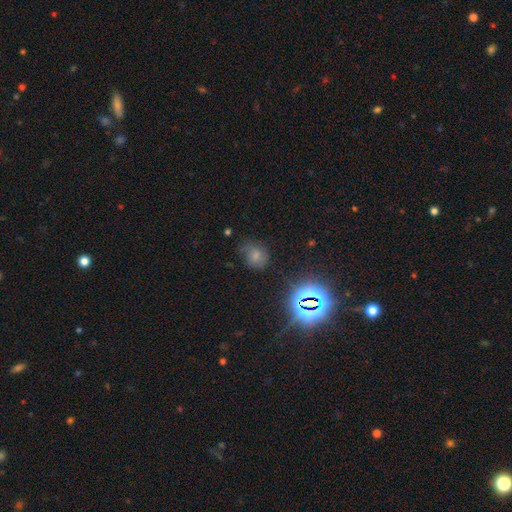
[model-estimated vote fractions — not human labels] Morphology: type=smooth (63%); roundness=round (68%); merging=none (63%).